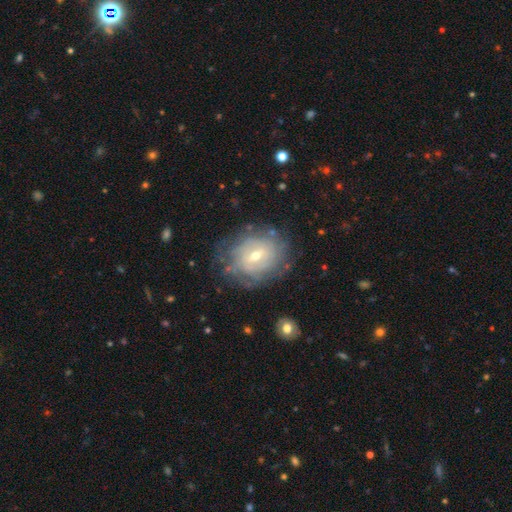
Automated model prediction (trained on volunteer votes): Overall: featured or disk (72%). Edge-on disk: no (96%). Bar: weak (53%; no 34%). Spiral arms: yes (77%). Spiral arm count: can't tell (65%). Spiral winding: tight (71%). Bulge size: small (51%; moderate 45%). Merging: none (72%).